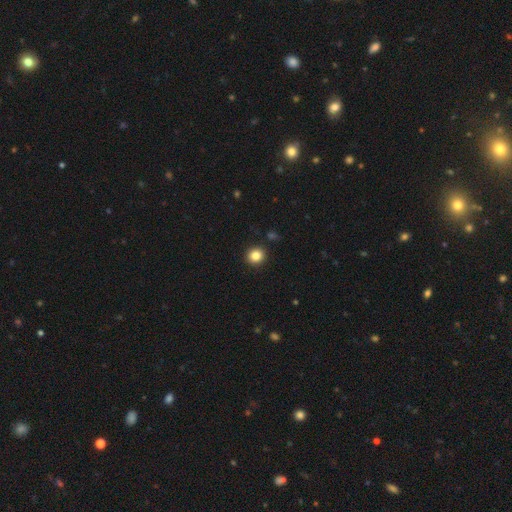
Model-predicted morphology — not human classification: Smooth or featured? Predicted: smooth (p=0.84). How rounded? Predicted: round (p=0.90). Merging? Predicted: none (p=0.92).